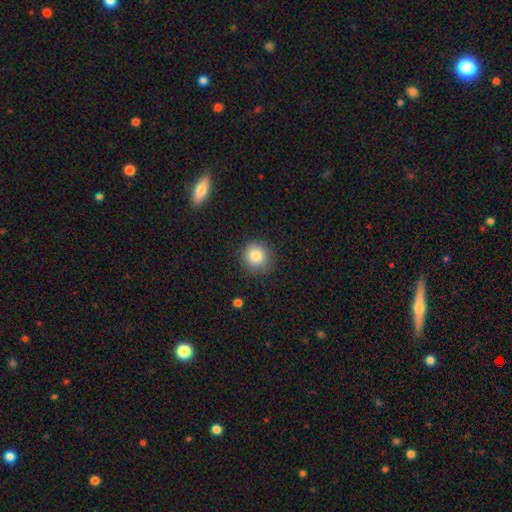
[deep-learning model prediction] Smooth or featured? smooth (83%)
How rounded? round (92%)
Merging? none (88%)